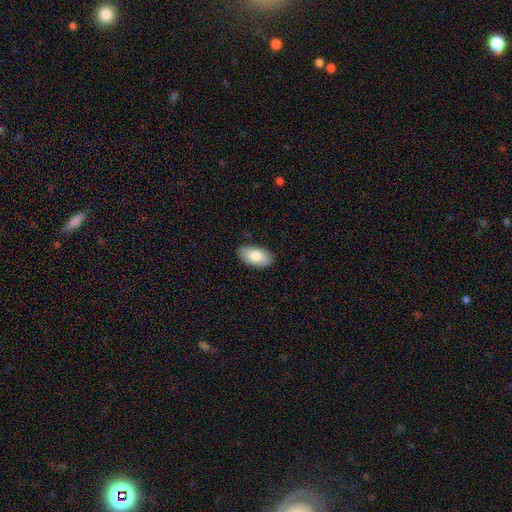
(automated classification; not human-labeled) This is clearly a smooth galaxy (80%). How rounded: clearly in between (95%). Merging: clearly none (87%).